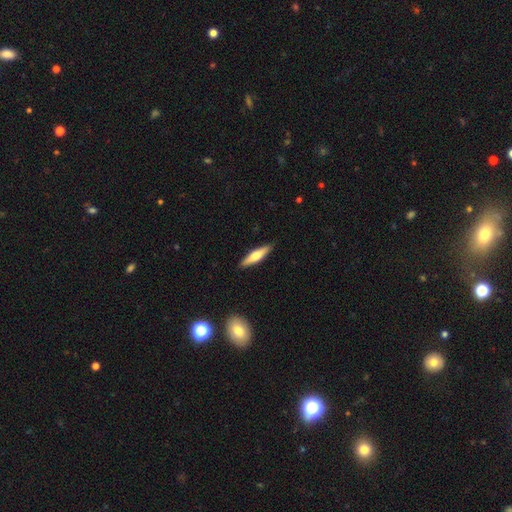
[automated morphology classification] This is possibly a smooth galaxy (53%). How rounded: likely cigar-shaped (76%). Merging: clearly none (90%).